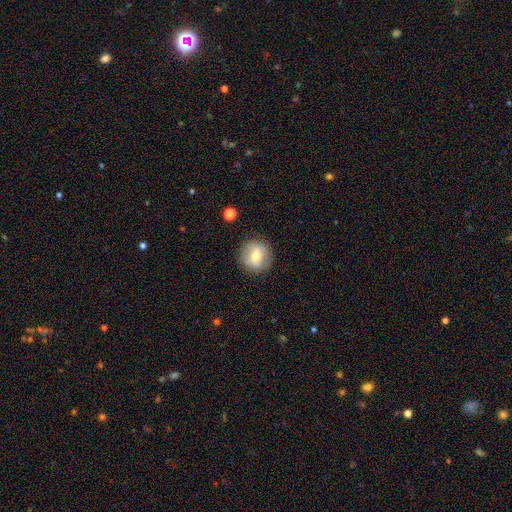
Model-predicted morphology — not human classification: Q: Smooth or featured?
A: smooth (56%); runner-up: featured or disk (35%)
Q: How rounded?
A: round (93%); runner-up: in between (6%)
Q: Merging?
A: none (87%); runner-up: minor disturbance (9%)